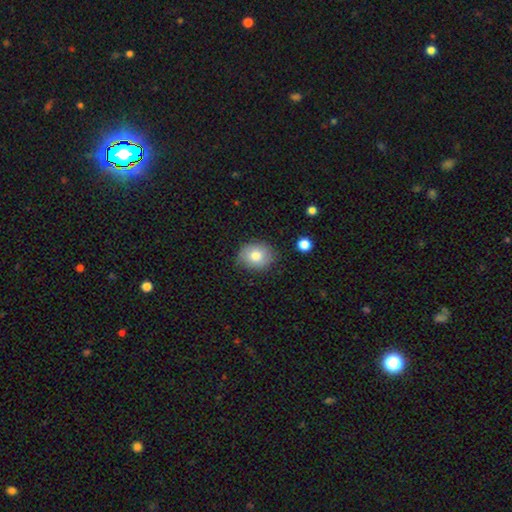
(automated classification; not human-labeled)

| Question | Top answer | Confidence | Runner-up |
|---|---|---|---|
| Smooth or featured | smooth | 76% | featured or disk (15%) |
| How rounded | round | 62% | in between (37%) |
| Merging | none | 75% | minor disturbance (20%) |